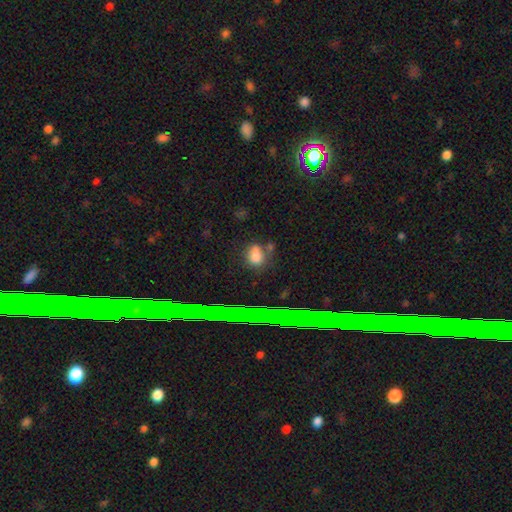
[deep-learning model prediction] Smooth or featured? Predicted: smooth (p=0.75). How rounded? Predicted: in between (p=0.67). Merging? Predicted: none (p=0.57).